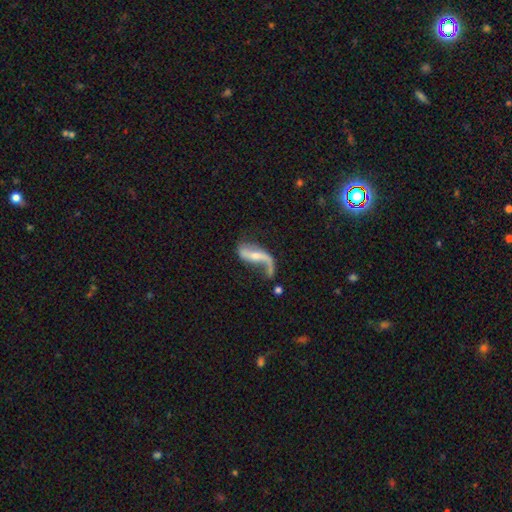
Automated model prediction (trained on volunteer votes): Smooth or featured? Predicted: featured or disk (p=0.81). Edge-on disk? Predicted: no (p=0.92). Bar? Predicted: no (p=0.36). Spiral arms? Predicted: yes (p=0.91). Spiral winding? Predicted: loose (p=0.88). Spiral arm count? Predicted: 2 (p=0.70). Bulge size? Predicted: small (p=0.52). Merging? Predicted: none (p=0.43).